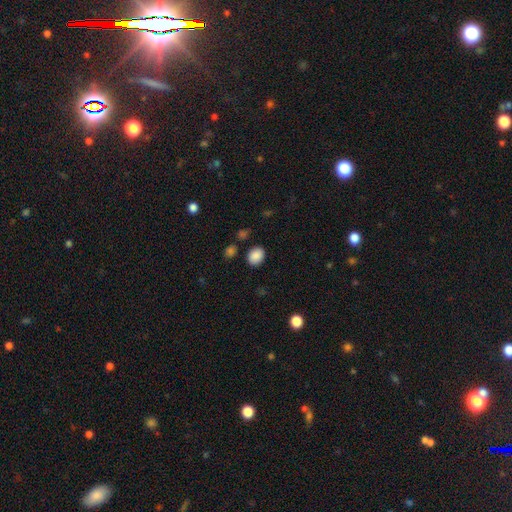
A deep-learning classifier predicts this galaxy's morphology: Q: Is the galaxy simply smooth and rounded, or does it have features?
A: smooth — 88%.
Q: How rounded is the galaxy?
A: in between — 54%.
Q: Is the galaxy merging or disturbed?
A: none — 85%.